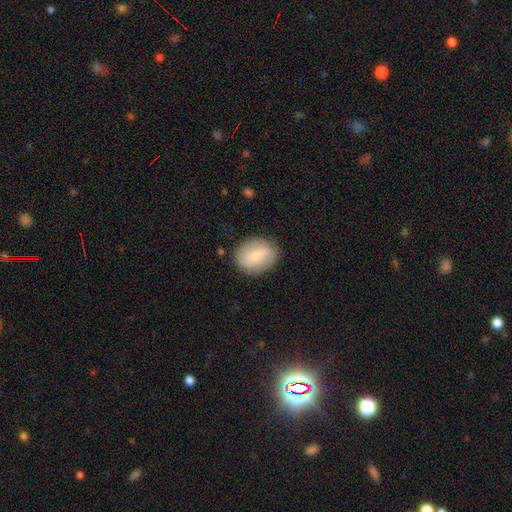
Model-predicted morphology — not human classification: Smooth or featured: smooth — 68% (featured or disk — 25%)
How rounded: in between — 50% (round — 49%)
Merging: none — 83% (minor disturbance — 12%)